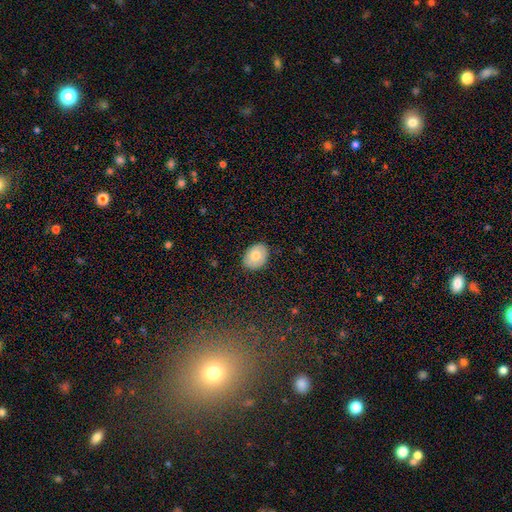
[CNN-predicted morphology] Overall: smooth (75%). How rounded: in between (70%). Merging: none (84%).